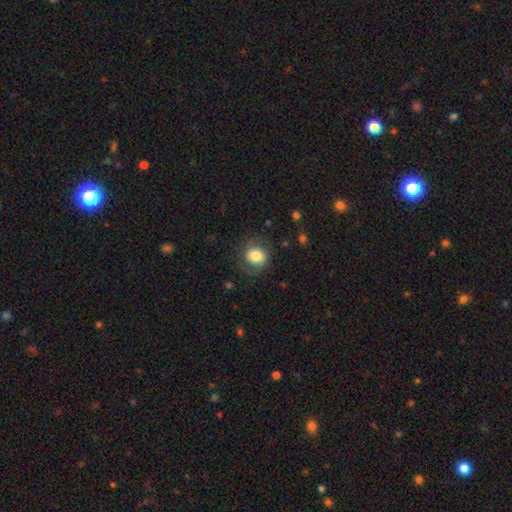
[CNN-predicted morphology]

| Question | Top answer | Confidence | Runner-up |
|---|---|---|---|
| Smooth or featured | smooth | 64% | featured or disk (27%) |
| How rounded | round | 79% | in between (21%) |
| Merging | none | 73% | minor disturbance (16%) |